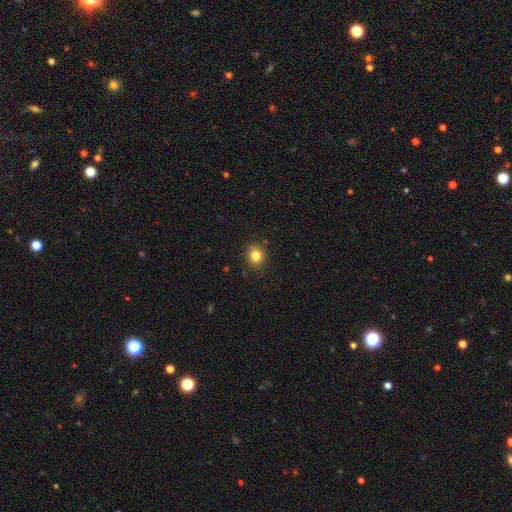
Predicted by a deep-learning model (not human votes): A smooth galaxy with no disk features (82%) that is round (74%).

Vote fractions:
- Smooth or featured? smooth: 82% / star or artifact: 12% / featured or disk: 6%
- How rounded? round: 74% / in between: 25% / cigar-shaped: 1%
- Merging? none: 86% / minor disturbance: 11% / major disturbance: 2% / merger: 1%